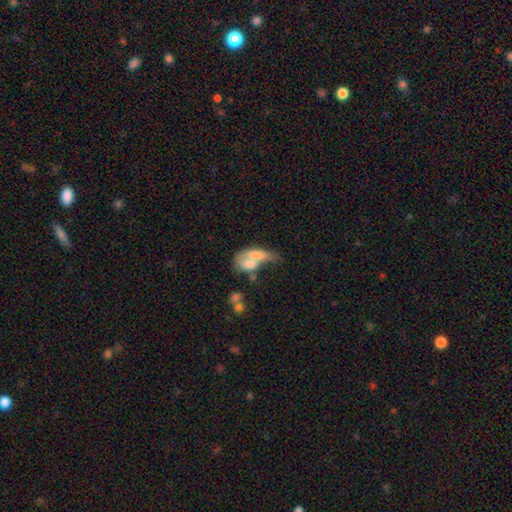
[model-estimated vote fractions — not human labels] Smooth or featured?
  - smooth: 57% *
  - featured or disk: 33%
  - star or artifact: 10%
How rounded?
  - in between: 75% *
  - cigar-shaped: 14%
  - round: 11%
Merging?
  - merger: 53% *
  - major disturbance: 20%
  - none: 15%
  - minor disturbance: 12%